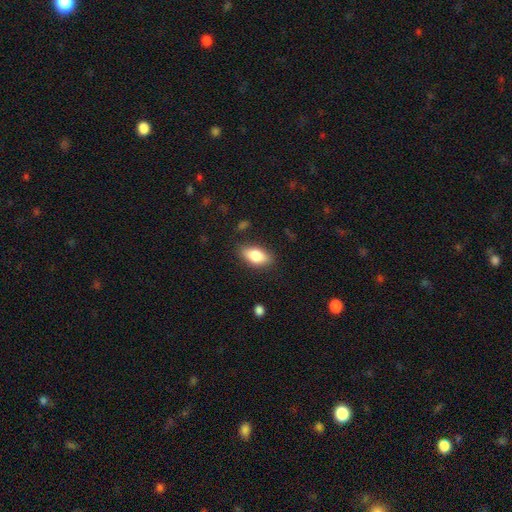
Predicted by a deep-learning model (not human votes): Overall: smooth (81%). How rounded: in between (88%). Merging: none (82%).